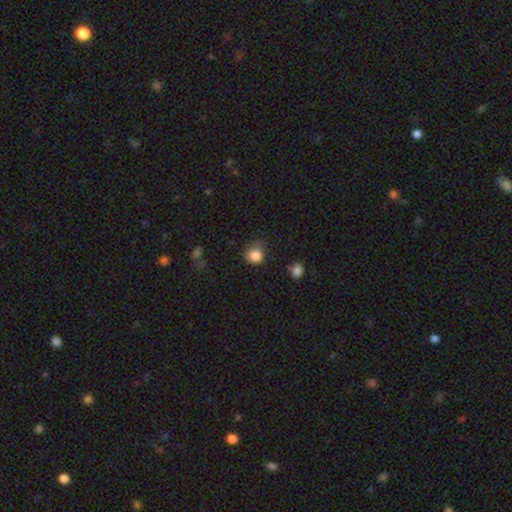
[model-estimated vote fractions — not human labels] Overall: smooth (83%). How rounded: round (80%). Merging: none (55%; minor disturbance 32%).